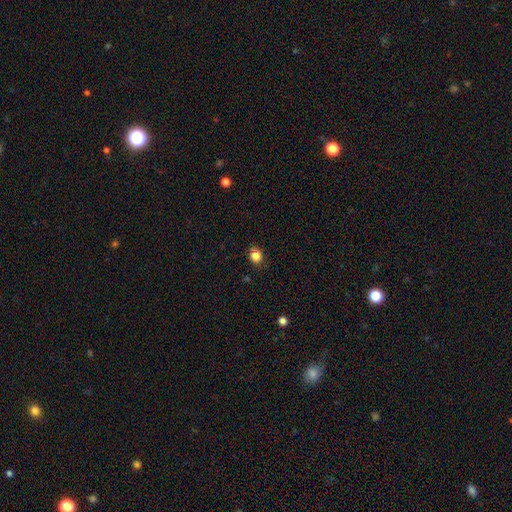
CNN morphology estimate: A smooth galaxy with no disk features (84%) that is round (72%).

Vote fractions:
- Smooth or featured? smooth: 84% / star or artifact: 12% / featured or disk: 5%
- How rounded? round: 72% / in between: 27% / cigar-shaped: 1%
- Merging? none: 85% / minor disturbance: 11% / major disturbance: 3% / merger: 1%